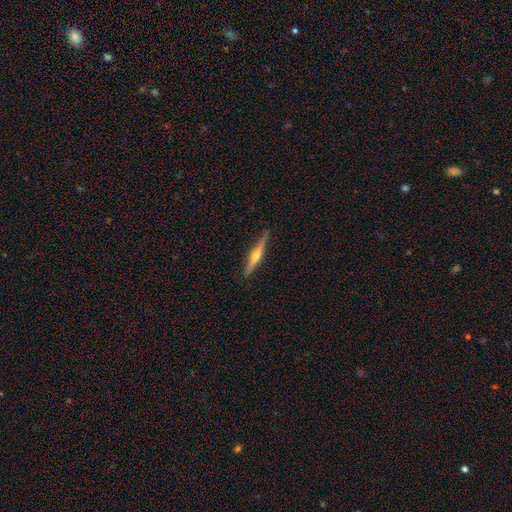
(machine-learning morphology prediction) This appears to be a featured or disk galaxy (69%) viewed edge-on (97%) with a rounded central bulge (91%). Merging: none (88%).